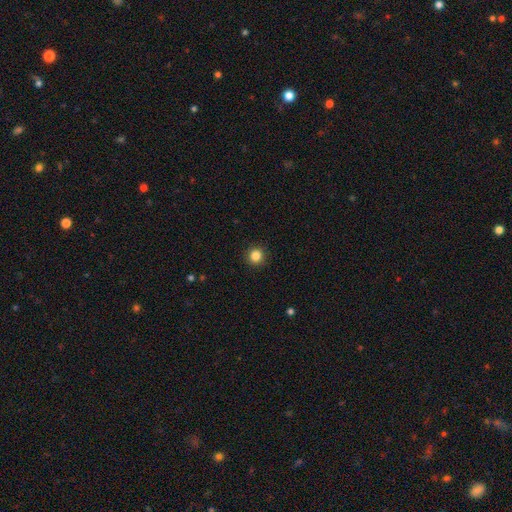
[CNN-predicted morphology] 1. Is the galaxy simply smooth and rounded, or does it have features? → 85% smooth, 11% star or artifact, 4% featured or disk.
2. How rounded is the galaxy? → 95% round, 4% in between, 1% cigar-shaped.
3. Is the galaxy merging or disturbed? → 93% none, 5% minor disturbance, 2% major disturbance, 1% merger.